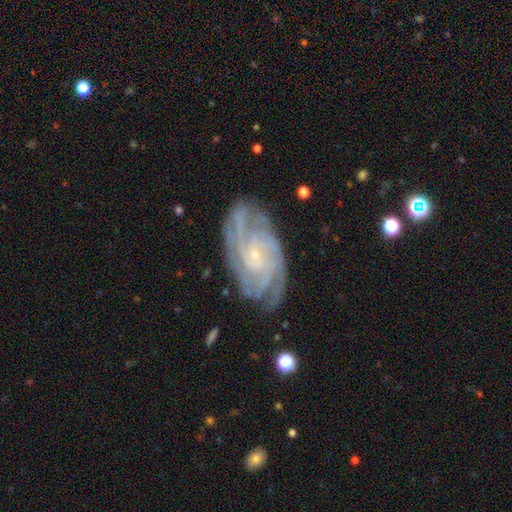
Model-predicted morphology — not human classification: This appears to be a featured or disk galaxy (88%) with no bar (70%), 4 (32%) tight (72%) spiral arms (98%) and a small central bulge (85%). Merging: none (78%).